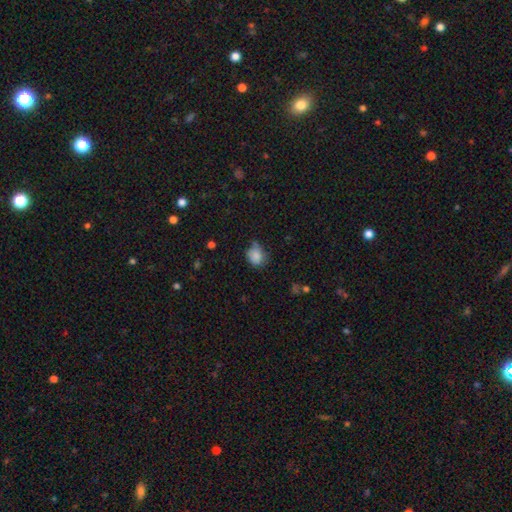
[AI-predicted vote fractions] Smooth or featured: smooth — 83% (star or artifact — 9%)
How rounded: round — 60% (in between — 39%)
Merging: none — 49% (minor disturbance — 37%)